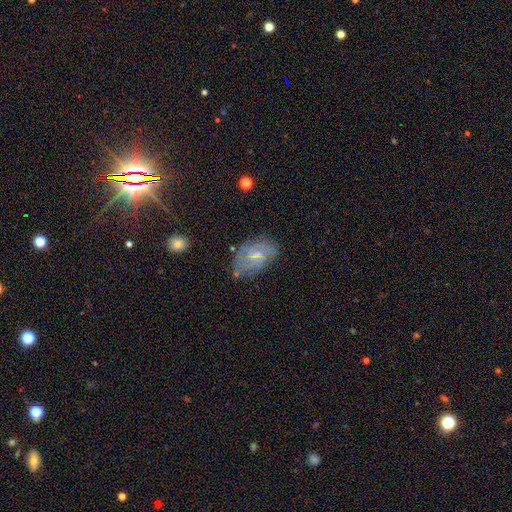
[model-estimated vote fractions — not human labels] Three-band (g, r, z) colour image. It shows a featured or disk galaxy (57%) with no bar (48%), spiral arms (75%) and a small central bulge (59%). Merging: none (57%).